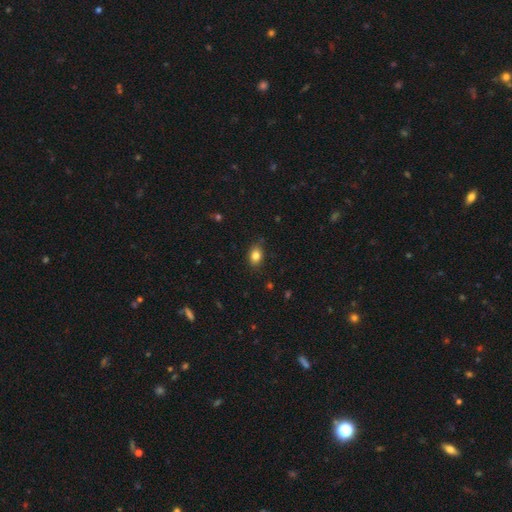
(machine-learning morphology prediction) Overall: smooth (83%). How rounded: in between (71%). Merging: none (81%).